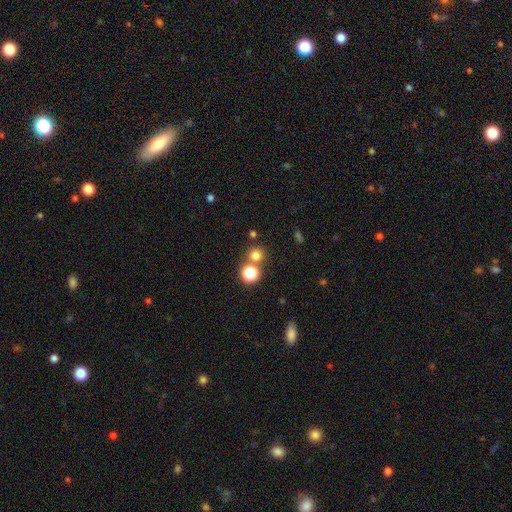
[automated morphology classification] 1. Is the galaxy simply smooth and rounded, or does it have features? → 73% smooth, 20% star or artifact, 6% featured or disk.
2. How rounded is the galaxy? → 92% round, 7% in between, 1% cigar-shaped.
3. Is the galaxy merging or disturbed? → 72% none, 19% merger, 6% minor disturbance, 3% major disturbance.